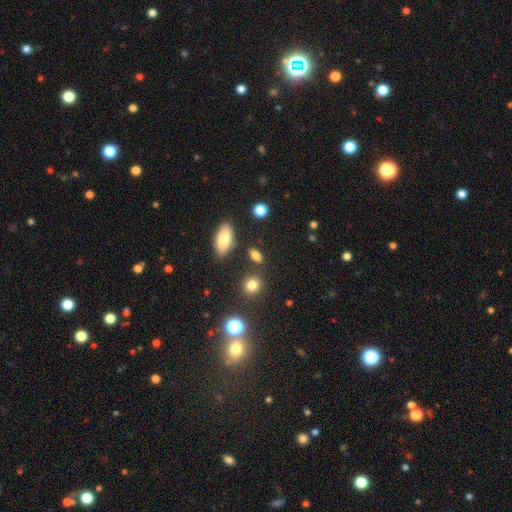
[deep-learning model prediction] Smooth or featured? smooth (79%)
How rounded? in between (65%)
Merging? none (78%)